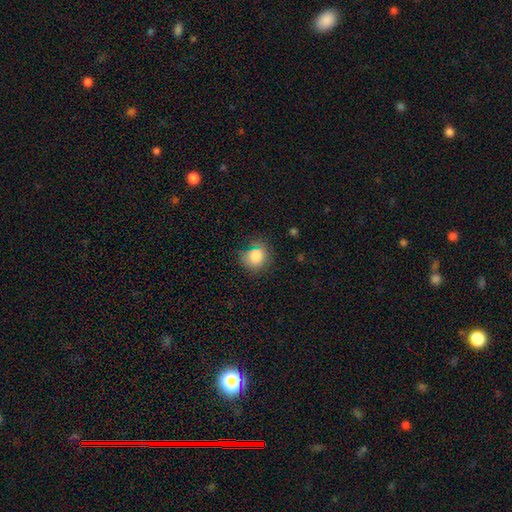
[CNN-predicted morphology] Q: Smooth or featured?
A: smooth (83%); runner-up: star or artifact (10%)
Q: How rounded?
A: round (79%); runner-up: in between (20%)
Q: Merging?
A: none (72%); runner-up: minor disturbance (20%)